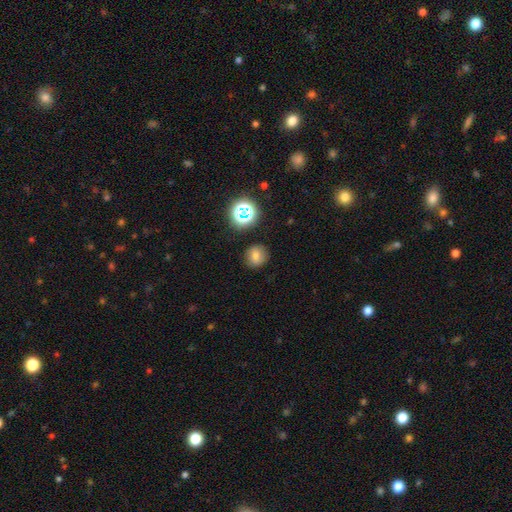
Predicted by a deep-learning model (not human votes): smooth-or-featured: smooth: 70% | star or artifact: 20% | featured or disk: 10%
  how-rounded: round: 85% | in between: 14% | cigar-shaped: 1%
  merging: none: 87% | minor disturbance: 8% | major disturbance: 3% | merger: 2%